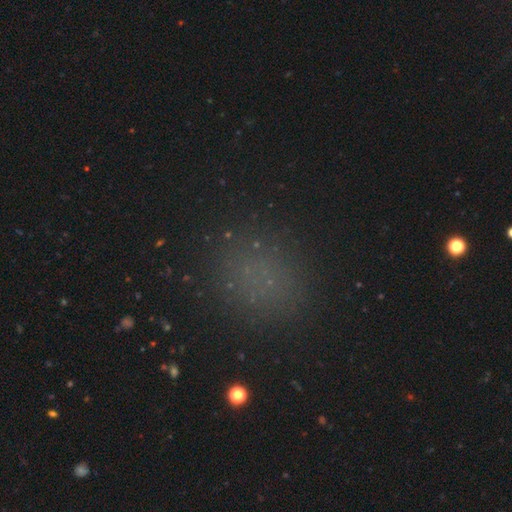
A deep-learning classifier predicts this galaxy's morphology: smooth_or_featured: smooth (p=0.66) [alt: star or artifact p=0.27]
how_rounded: round (p=0.71) [alt: in between p=0.28]
merging: none (p=0.85) [alt: minor disturbance p=0.09]